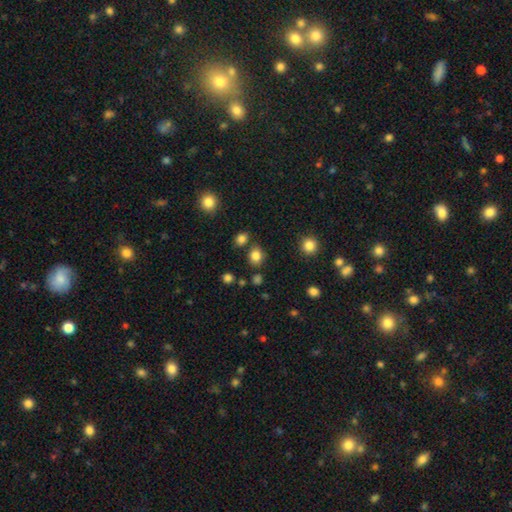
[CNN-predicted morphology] The model was most divided on "how rounded": round: 63%, in between: 36%, cigar-shaped: 1%. More confident: smooth or featured — smooth (82%); merging — none (78%).